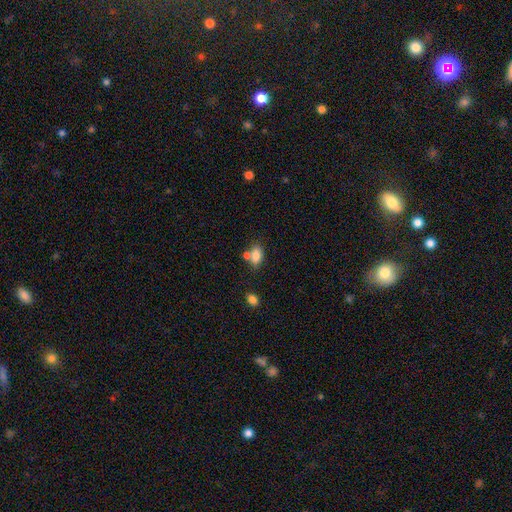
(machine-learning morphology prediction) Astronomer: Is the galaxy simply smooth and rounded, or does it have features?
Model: smooth — 82%.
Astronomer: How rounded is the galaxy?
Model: in between — 87%.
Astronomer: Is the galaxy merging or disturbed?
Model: none — 53% (runner-up: merger, 29%).